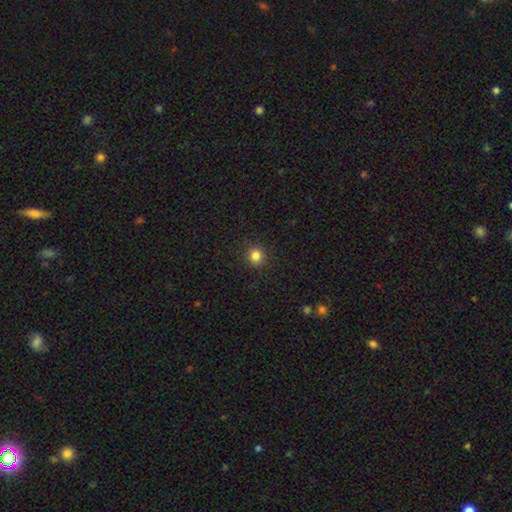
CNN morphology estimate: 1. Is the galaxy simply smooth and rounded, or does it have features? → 83% smooth, 12% star or artifact, 4% featured or disk.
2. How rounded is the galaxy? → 91% round, 9% in between, 1% cigar-shaped.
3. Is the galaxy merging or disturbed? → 91% none, 6% minor disturbance, 2% major disturbance, 1% merger.